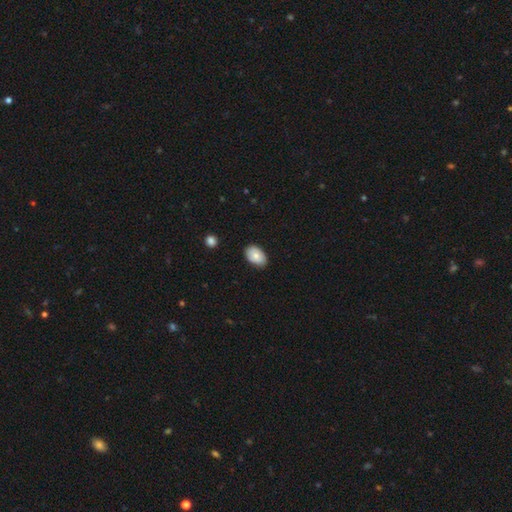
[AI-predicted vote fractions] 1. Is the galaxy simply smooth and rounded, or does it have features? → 76% smooth, 17% featured or disk, 7% star or artifact.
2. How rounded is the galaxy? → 90% in between, 9% round, 1% cigar-shaped.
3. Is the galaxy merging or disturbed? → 81% none, 15% minor disturbance, 2% major disturbance, 1% merger.